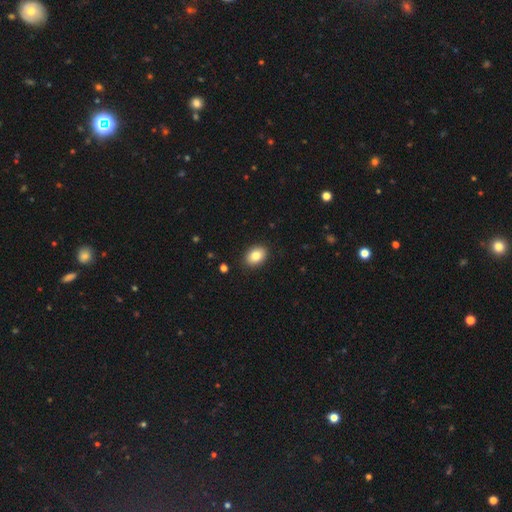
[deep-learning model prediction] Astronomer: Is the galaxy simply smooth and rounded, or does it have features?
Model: smooth — 84%.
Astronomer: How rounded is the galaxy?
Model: in between — 79%.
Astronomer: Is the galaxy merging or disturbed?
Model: none — 89%.